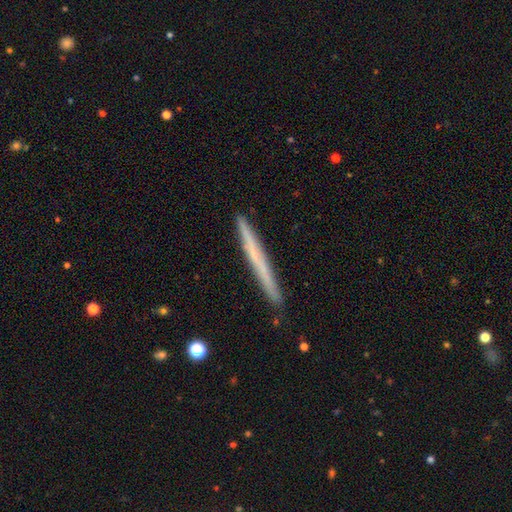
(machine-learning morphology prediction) A smooth galaxy with no disk features (53%) that is cigar-shaped (97%). Merging: none (90%).